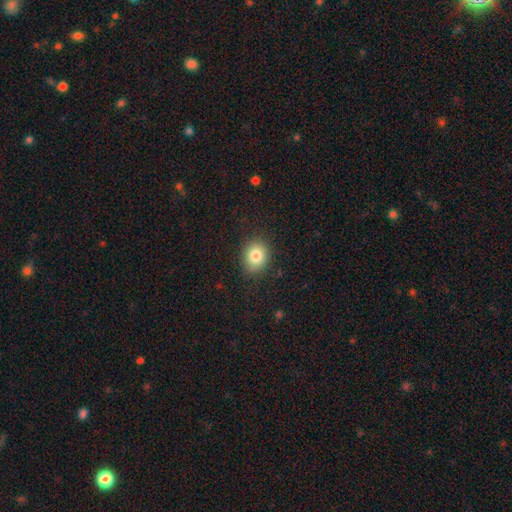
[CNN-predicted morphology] A smooth galaxy with no disk features (81%) that is round (58%).

Vote fractions:
- Smooth or featured? smooth: 81% / star or artifact: 10% / featured or disk: 8%
- How rounded? round: 58% / in between: 41% / cigar-shaped: 1%
- Merging? none: 86% / minor disturbance: 10% / major disturbance: 3% / merger: 1%